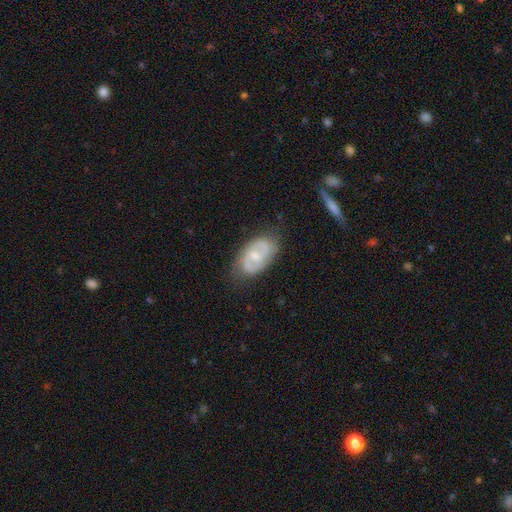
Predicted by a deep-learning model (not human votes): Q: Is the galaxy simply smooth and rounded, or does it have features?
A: featured or disk — 68%.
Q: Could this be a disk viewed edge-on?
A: no — 95%.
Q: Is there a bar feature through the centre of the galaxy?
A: weak — 48%.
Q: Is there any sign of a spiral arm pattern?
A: yes — 83%.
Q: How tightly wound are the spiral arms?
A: medium — 47%.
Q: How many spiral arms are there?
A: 2 — 80%.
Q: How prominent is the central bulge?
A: moderate — 46%.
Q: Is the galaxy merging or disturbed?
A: none — 74%.